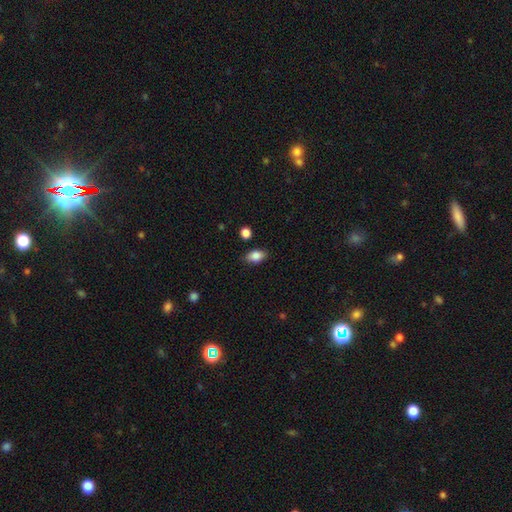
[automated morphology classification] Smooth or featured: smooth — 85% (star or artifact — 8%)
How rounded: in between — 85% (round — 13%)
Merging: none — 83% (minor disturbance — 12%)